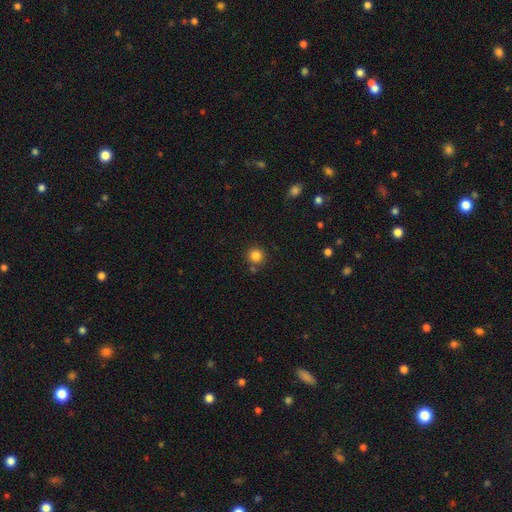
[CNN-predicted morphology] The model was most divided on "merging": none: 79%, minor disturbance: 9%, merger: 9%, major disturbance: 3%. More confident: how rounded — round (94%); smooth or featured — smooth (84%).